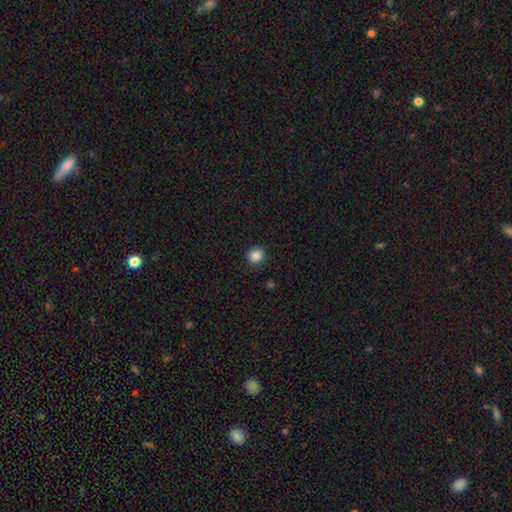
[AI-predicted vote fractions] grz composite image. It shows a smooth galaxy with no disk features (86%) that is round (92%). Merging: none (91%).